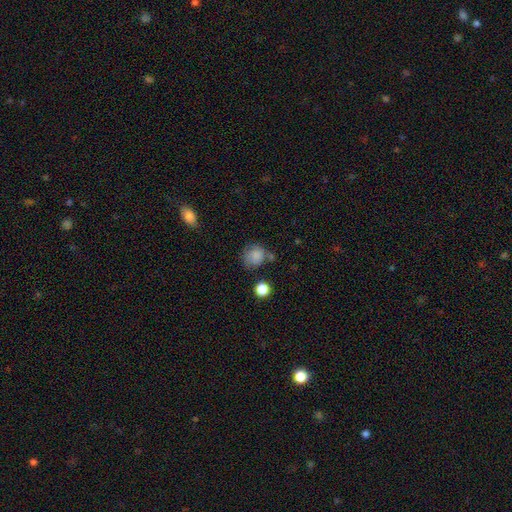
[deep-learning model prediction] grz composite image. It shows a smooth galaxy with no disk features (80%) that is round (78%). Merging: none (55%).